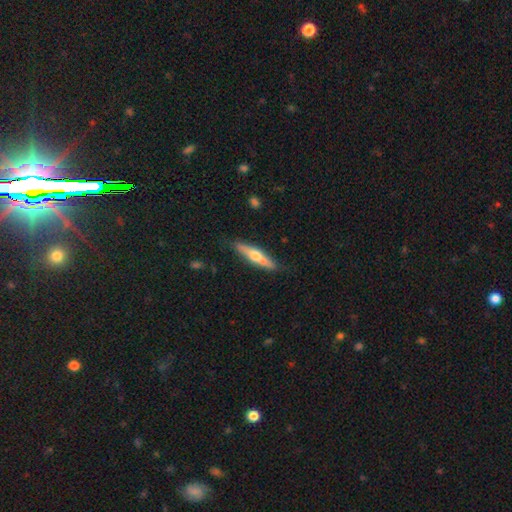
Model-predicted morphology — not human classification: This appears to be a featured or disk galaxy (51%) viewed edge-on (87%). Merging: none (75%).